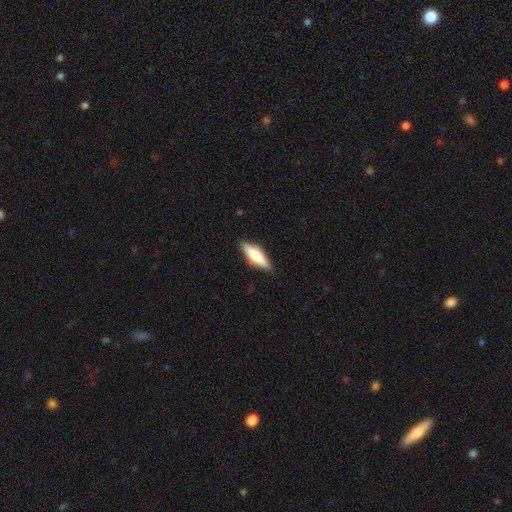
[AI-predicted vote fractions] Smooth or featured: smooth — 56% (featured or disk — 38%)
How rounded: cigar-shaped — 64% (in between — 34%)
Merging: none — 87% (minor disturbance — 10%)